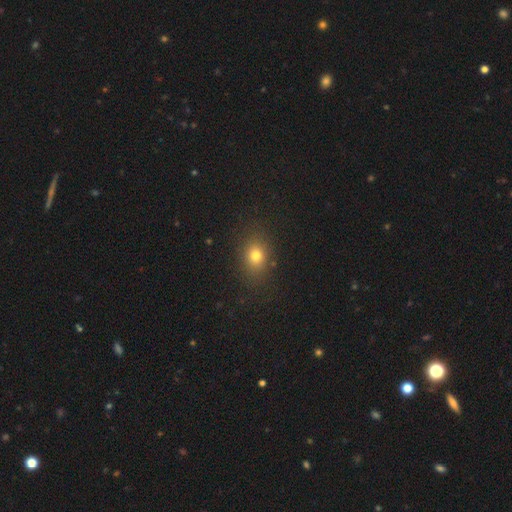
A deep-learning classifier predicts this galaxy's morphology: Q: Smooth or featured?
A: smooth (76%); runner-up: star or artifact (15%)
Q: How rounded?
A: in between (53%); runner-up: round (45%)
Q: Merging?
A: none (85%); runner-up: minor disturbance (10%)